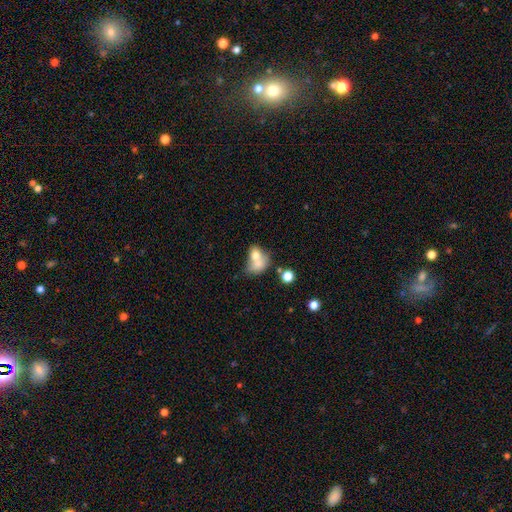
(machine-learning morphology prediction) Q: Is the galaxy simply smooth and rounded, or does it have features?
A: smooth — 69%.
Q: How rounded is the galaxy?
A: in between — 62%.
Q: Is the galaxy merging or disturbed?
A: merger — 63%.